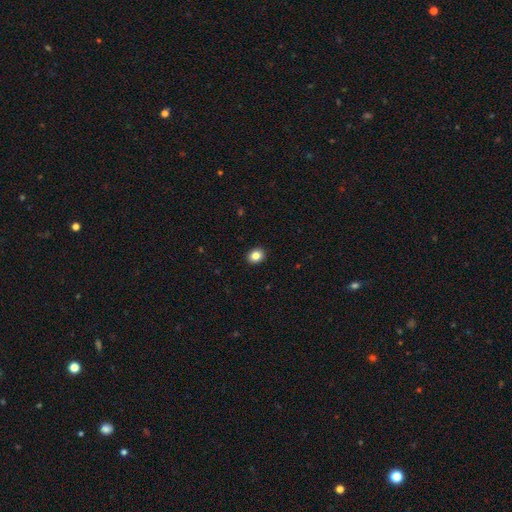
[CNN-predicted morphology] Smooth or featured? Predicted: smooth (p=0.85). How rounded? Predicted: round (p=0.54). Merging? Predicted: none (p=0.92).